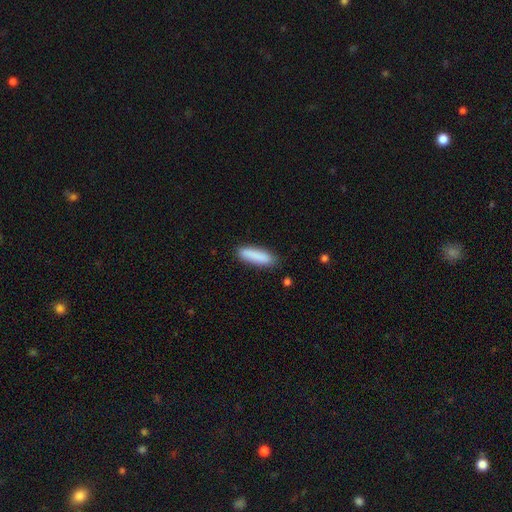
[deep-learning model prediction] A smooth galaxy with no disk features (88%) that is cigar-shaped (66%).

Vote fractions:
- Smooth or featured? smooth: 88% / featured or disk: 6% / star or artifact: 6%
- How rounded? cigar-shaped: 66% / in between: 33% / round: 1%
- Merging? none: 85% / minor disturbance: 11% / major disturbance: 2% / merger: 2%